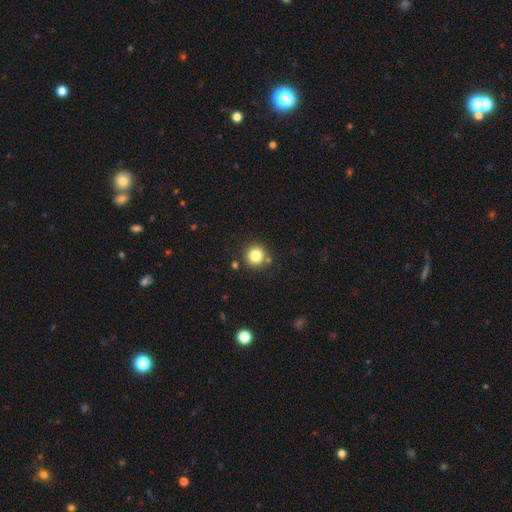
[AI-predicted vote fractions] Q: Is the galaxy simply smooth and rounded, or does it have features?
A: smooth — 82%.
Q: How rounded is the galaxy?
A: round — 94%.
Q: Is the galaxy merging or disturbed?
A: none — 85%.